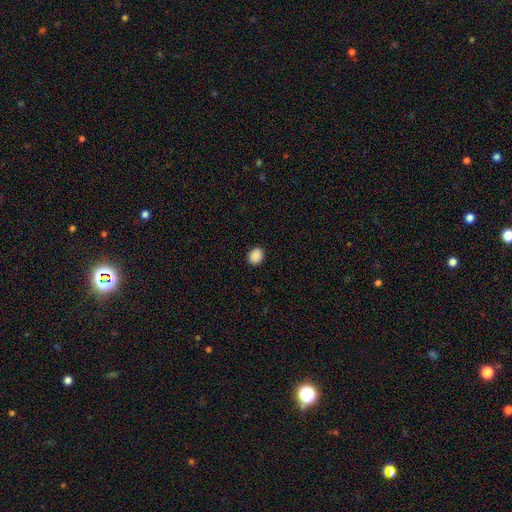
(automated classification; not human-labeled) Q: Smooth or featured?
A: smooth (89%); runner-up: star or artifact (9%)
Q: How rounded?
A: round (58%); runner-up: in between (41%)
Q: Merging?
A: none (90%); runner-up: minor disturbance (7%)